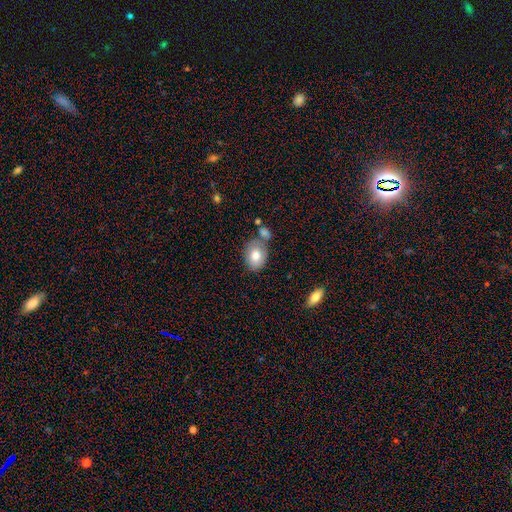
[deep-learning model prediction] Smooth or featured? Predicted: smooth (p=0.80). How rounded? Predicted: in between (p=0.68). Merging? Predicted: none (p=0.58).